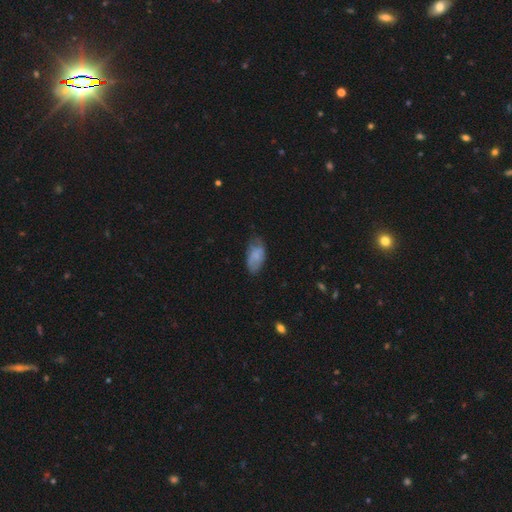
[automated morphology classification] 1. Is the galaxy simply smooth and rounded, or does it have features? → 68% smooth, 24% featured or disk, 8% star or artifact.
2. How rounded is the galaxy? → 93% in between, 3% round, 3% cigar-shaped.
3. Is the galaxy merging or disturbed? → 53% none, 33% minor disturbance, 12% major disturbance, 2% merger.